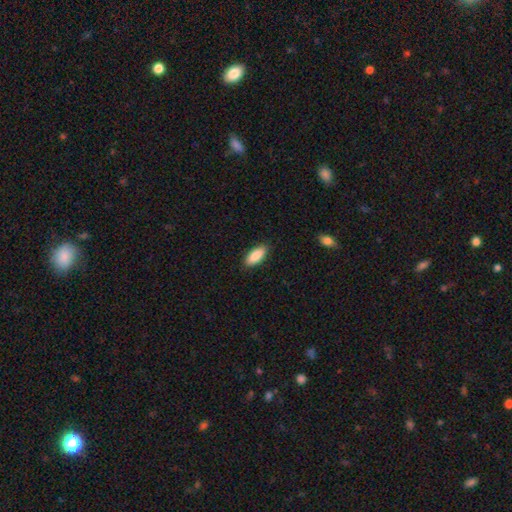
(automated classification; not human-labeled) smooth-or-featured: smooth: 88% | star or artifact: 6% | featured or disk: 6%
  how-rounded: in between: 84% | cigar-shaped: 14% | round: 2%
  merging: none: 88% | minor disturbance: 9% | major disturbance: 2% | merger: 1%